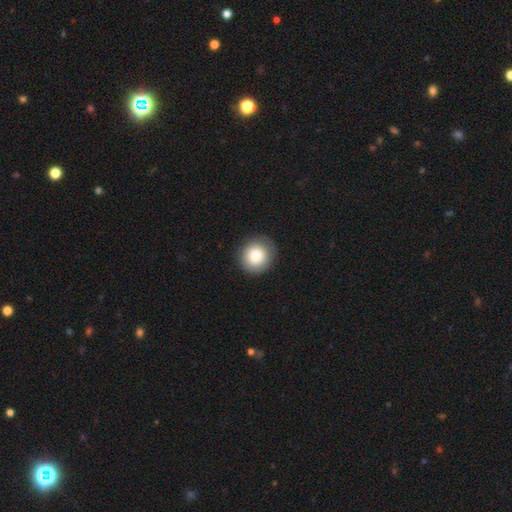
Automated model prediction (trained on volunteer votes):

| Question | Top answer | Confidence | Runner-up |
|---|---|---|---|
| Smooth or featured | smooth | 83% | featured or disk (9%) |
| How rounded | round | 92% | in between (7%) |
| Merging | none | 88% | minor disturbance (9%) |